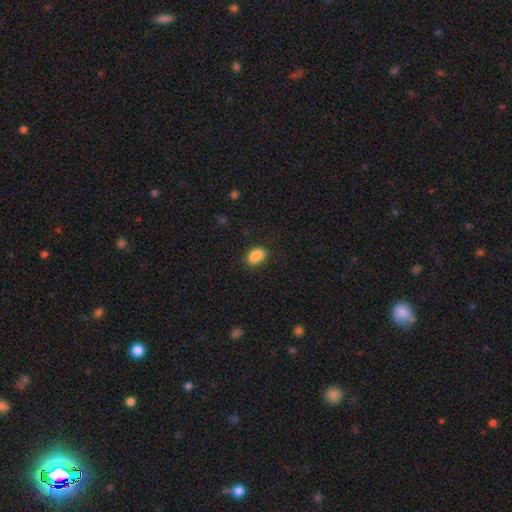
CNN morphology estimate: A smooth galaxy with no disk features (88%) that is in between round and cigar-shaped (87%).

Vote fractions:
- Smooth or featured? smooth: 88% / star or artifact: 9% / featured or disk: 3%
- How rounded? in between: 87% / round: 12% / cigar-shaped: 2%
- Merging? none: 83% / minor disturbance: 13% / major disturbance: 3% / merger: 1%